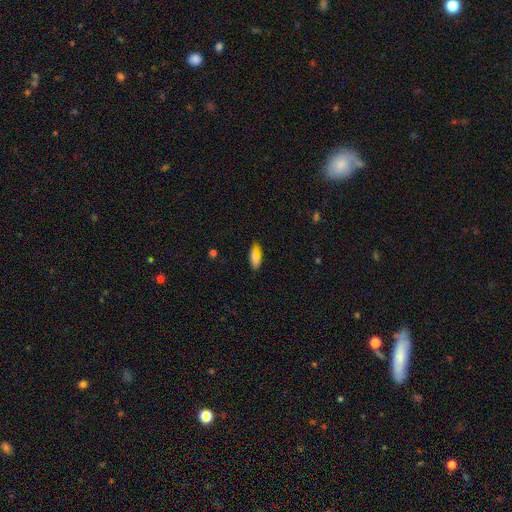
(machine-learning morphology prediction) Smooth or featured? Predicted: smooth (p=0.79). How rounded? Predicted: in between (p=0.79). Merging? Predicted: none (p=0.82).